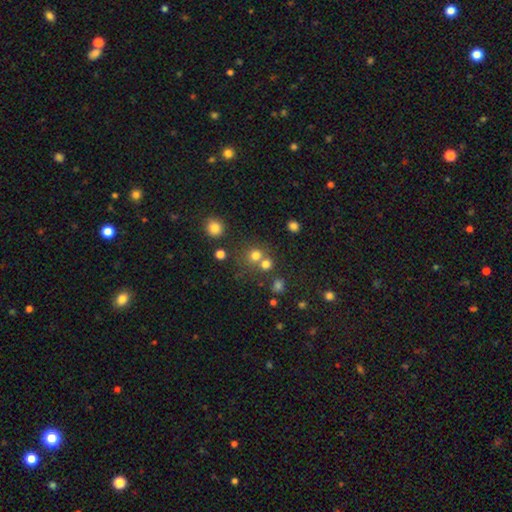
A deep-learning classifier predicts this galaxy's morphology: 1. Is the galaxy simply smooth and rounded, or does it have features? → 73% smooth, 17% star or artifact, 9% featured or disk.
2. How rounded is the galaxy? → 86% round, 13% in between, 1% cigar-shaped.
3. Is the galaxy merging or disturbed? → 58% none, 30% merger, 8% minor disturbance, 4% major disturbance.